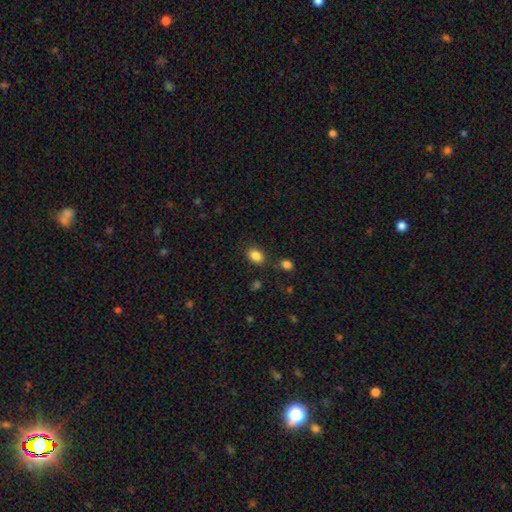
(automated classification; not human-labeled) smooth-or-featured: smooth: 85% | star or artifact: 10% | featured or disk: 5%
  how-rounded: in between: 64% | round: 35% | cigar-shaped: 1%
  merging: none: 81% | minor disturbance: 11% | merger: 5% | major disturbance: 3%